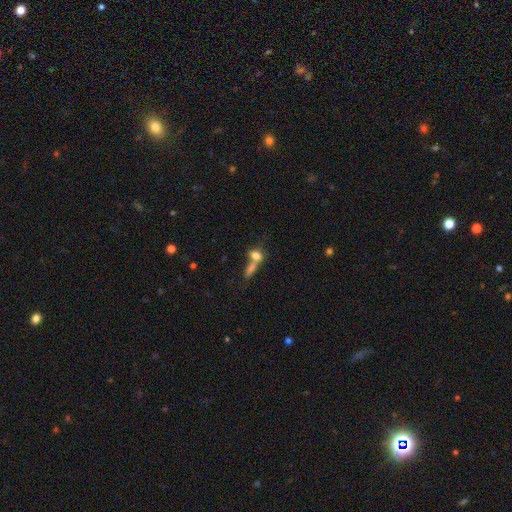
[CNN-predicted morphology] A smooth galaxy with no disk features (67%) that is in between round and cigar-shaped (49%).

Vote fractions:
- Smooth or featured? smooth: 67% / featured or disk: 21% / star or artifact: 12%
- How rounded? in between: 49% / round: 28% / cigar-shaped: 22%
- Merging? merger: 53% / none: 28% / major disturbance: 10% / minor disturbance: 10%